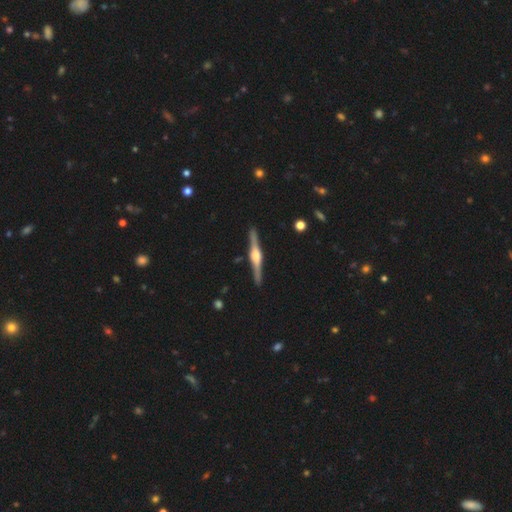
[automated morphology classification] A featured or disk galaxy (84%) viewed edge-on (98%) with a rounded central bulge (88%).

Vote fractions:
- Smooth or featured? featured or disk: 84% / smooth: 11% / star or artifact: 4%
- Edge-on disk? yes: 98% / no: 2%
- Edge-on bulge? rounded: 88% / boxy: 9% / none: 2%
- Merging? none: 91% / minor disturbance: 6% / major disturbance: 1% / merger: 1%